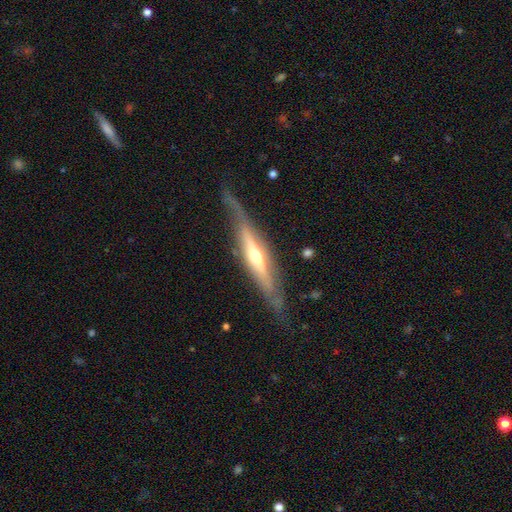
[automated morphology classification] Smooth or featured? Predicted: featured or disk (p=0.77). Edge-on disk? Predicted: yes (p=0.88). Edge-on bulge? Predicted: rounded (p=0.83). Merging? Predicted: none (p=0.69).